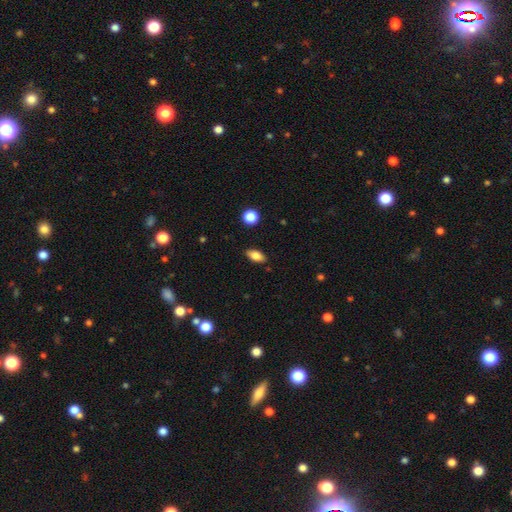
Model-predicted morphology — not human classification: The model was most divided on "smooth or featured": smooth: 80%, featured or disk: 12%, star or artifact: 8%. More confident: merging — none (87%); how rounded — in between (87%).